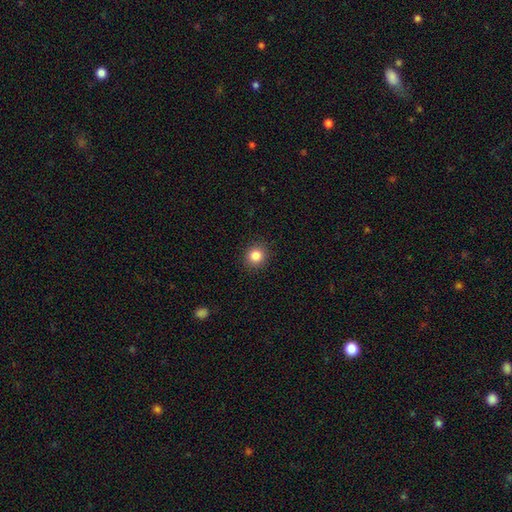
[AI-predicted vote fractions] smooth_or_featured: smooth (p=0.85) [alt: star or artifact p=0.11]
how_rounded: round (p=0.89) [alt: in between p=0.10]
merging: none (p=0.91) [alt: minor disturbance p=0.06]